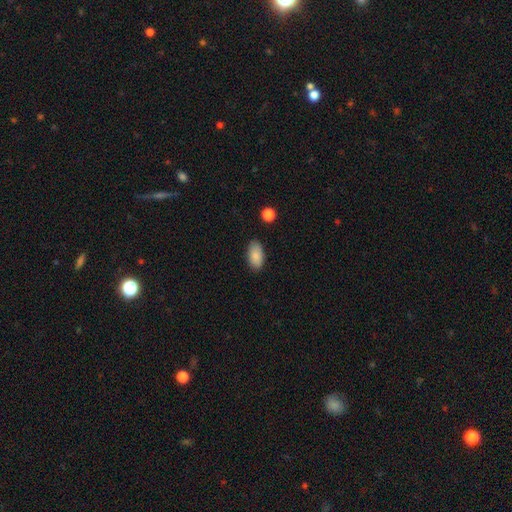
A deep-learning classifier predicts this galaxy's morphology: This is clearly a smooth galaxy (88%). How rounded: clearly in between (94%). Merging: clearly none (85%).